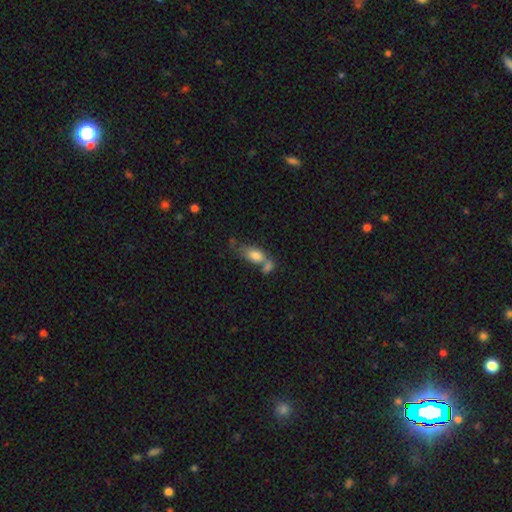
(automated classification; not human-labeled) Q: Smooth or featured?
A: smooth (75%); runner-up: featured or disk (17%)
Q: How rounded?
A: in between (85%); runner-up: cigar-shaped (8%)
Q: Merging?
A: merger (48%); runner-up: none (31%)